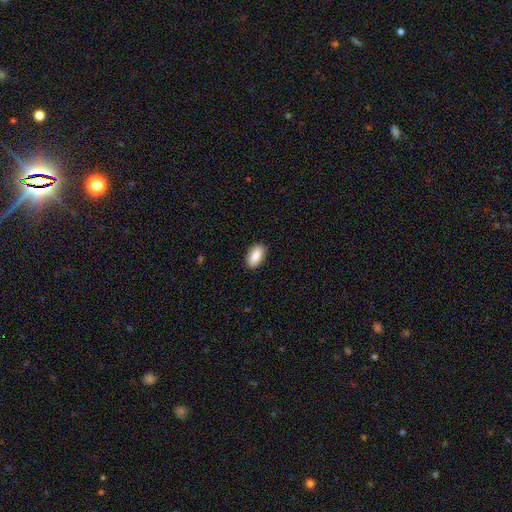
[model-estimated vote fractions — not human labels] smooth 86%, featured or disk 7%, star or artifact 7%. Down the decision tree: how rounded — in between (93%); merging — none (87%).